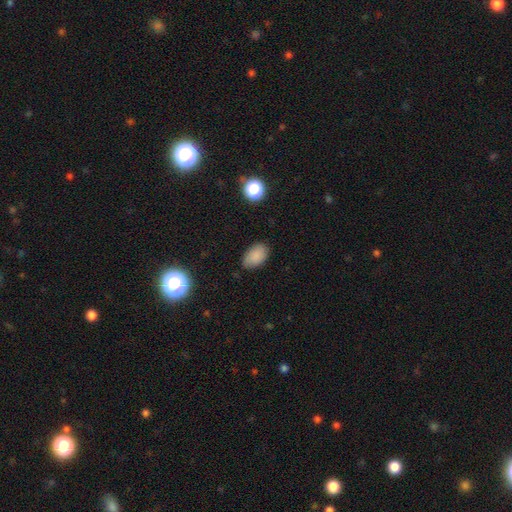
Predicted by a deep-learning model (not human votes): The model was most divided on "merging": none: 78%, minor disturbance: 18%, major disturbance: 3%, merger: 1%. More confident: how rounded — in between (90%); smooth or featured — smooth (85%).